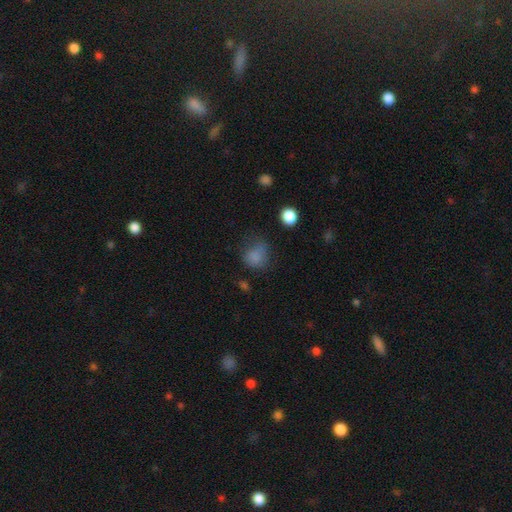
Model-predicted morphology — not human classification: Smooth or featured?
  - smooth: 78% *
  - star or artifact: 13%
  - featured or disk: 9%
How rounded?
  - round: 68% *
  - in between: 31%
  - cigar-shaped: 1%
Merging?
  - none: 46% *
  - minor disturbance: 29%
  - major disturbance: 22%
  - merger: 3%